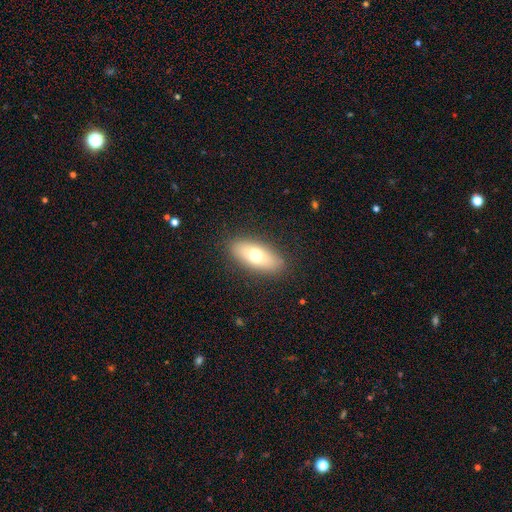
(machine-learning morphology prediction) Q: Smooth or featured?
A: smooth (65%); runner-up: featured or disk (26%)
Q: How rounded?
A: in between (80%); runner-up: cigar-shaped (15%)
Q: Merging?
A: none (86%); runner-up: minor disturbance (10%)